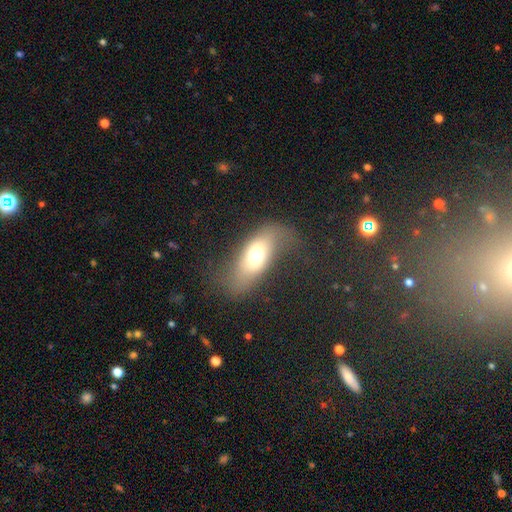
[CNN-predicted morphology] type=smooth (60%); roundness=in between (78%); merging=none (53%).